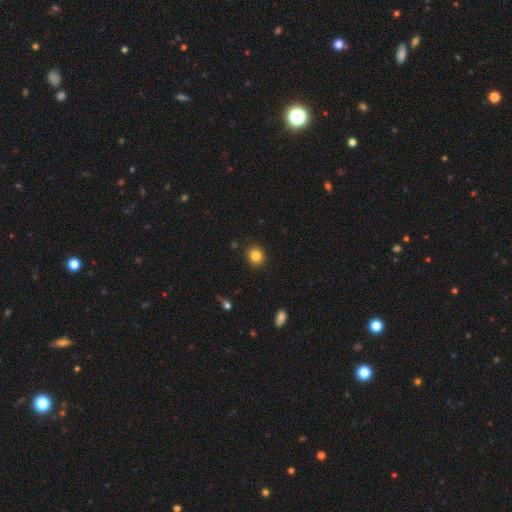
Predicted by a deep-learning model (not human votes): A smooth galaxy with no disk features (84%) that is round (86%).

Vote fractions:
- Smooth or featured? smooth: 84% / star or artifact: 11% / featured or disk: 5%
- How rounded? round: 86% / in between: 13% / cigar-shaped: 1%
- Merging? none: 90% / minor disturbance: 6% / major disturbance: 2% / merger: 1%